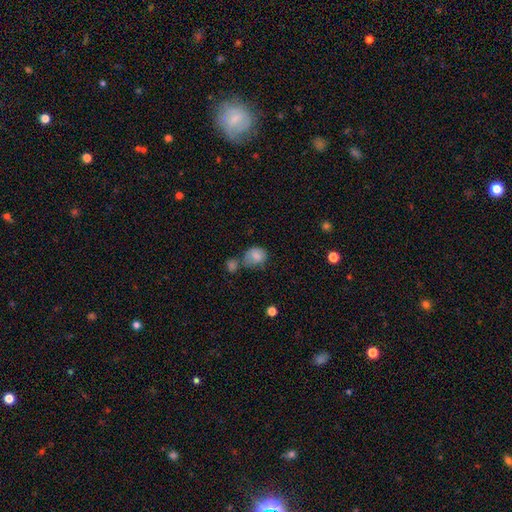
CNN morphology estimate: Smooth or featured? smooth (82%)
How rounded? round (57%)
Merging? none (43%)